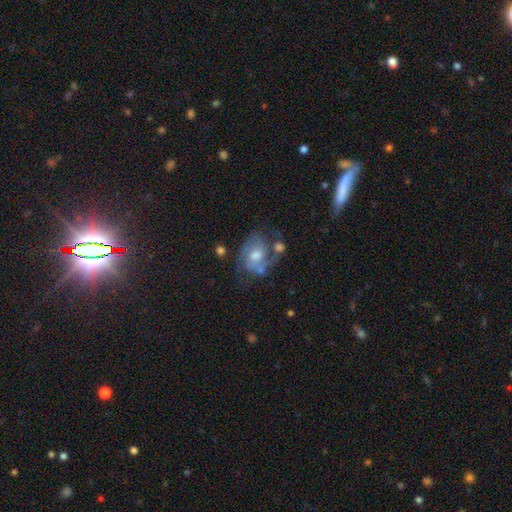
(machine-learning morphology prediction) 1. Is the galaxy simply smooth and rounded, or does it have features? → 68% featured or disk, 22% smooth, 10% star or artifact.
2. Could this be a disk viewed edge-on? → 97% no, 3% yes.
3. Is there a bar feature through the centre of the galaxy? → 62% no, 32% weak, 6% strong.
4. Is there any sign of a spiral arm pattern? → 82% yes, 18% no.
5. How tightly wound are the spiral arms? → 46% medium, 33% tight, 21% loose.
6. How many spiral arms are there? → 62% 2, 20% can't tell, 8% 1, 6% 3, 2% 4, 2% more than 4.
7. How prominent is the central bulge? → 65% moderate, 19% small, 11% large, 3% none, 2% dominant.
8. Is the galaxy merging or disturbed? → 47% none, 22% minor disturbance, 18% major disturbance, 13% merger.